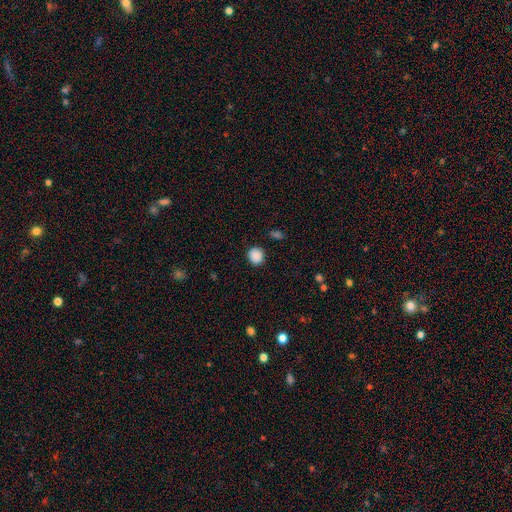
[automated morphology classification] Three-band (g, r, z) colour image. It shows a smooth galaxy with no disk features (88%) that is round (86%). Merging: none (89%).